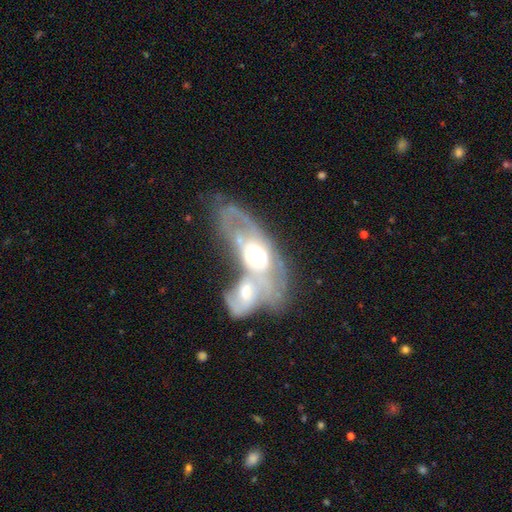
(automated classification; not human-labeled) Morphology: type=featured or disk (72%); edge-on=no (90%); bar=no (72%); spiral arms=yes (68%); bulge=moderate (64%); merging=merger (74%).